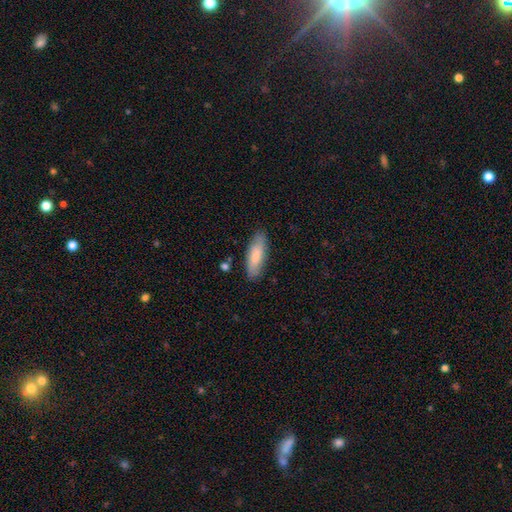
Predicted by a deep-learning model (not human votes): A smooth galaxy with no disk features (81%) that is in between round and cigar-shaped (59%). Merging: none (83%).